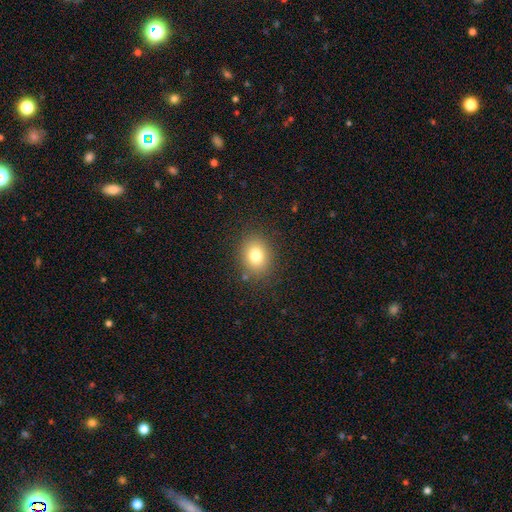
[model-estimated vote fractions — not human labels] smooth-or-featured: smooth: 78% | star or artifact: 12% | featured or disk: 9%
  how-rounded: round: 56% | in between: 43% | cigar-shaped: 1%
  merging: none: 86% | minor disturbance: 9% | major disturbance: 3% | merger: 1%